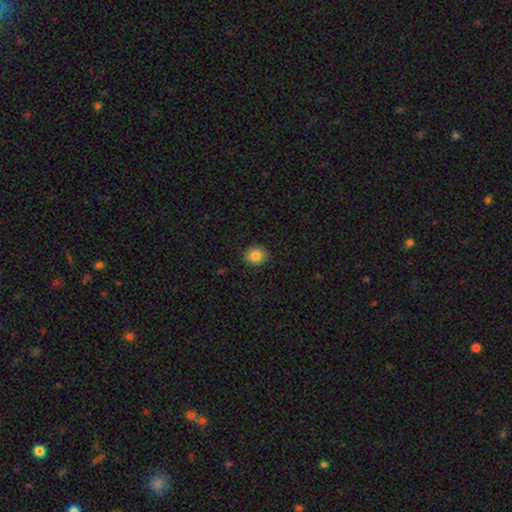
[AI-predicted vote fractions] Morphology: type=smooth (86%); roundness=round (69%); merging=none (91%).